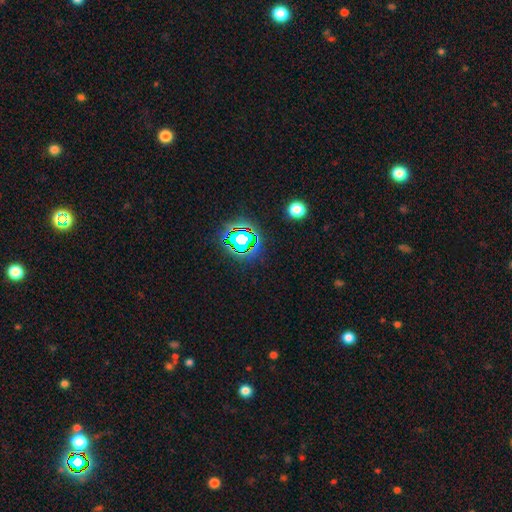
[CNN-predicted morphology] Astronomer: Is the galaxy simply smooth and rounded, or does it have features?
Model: star or artifact — 78%.